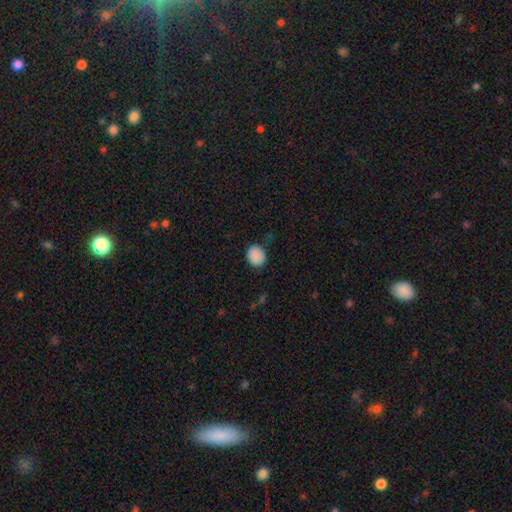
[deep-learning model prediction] A smooth galaxy with no disk features (88%) that is round (53%). Merging: none (77%).